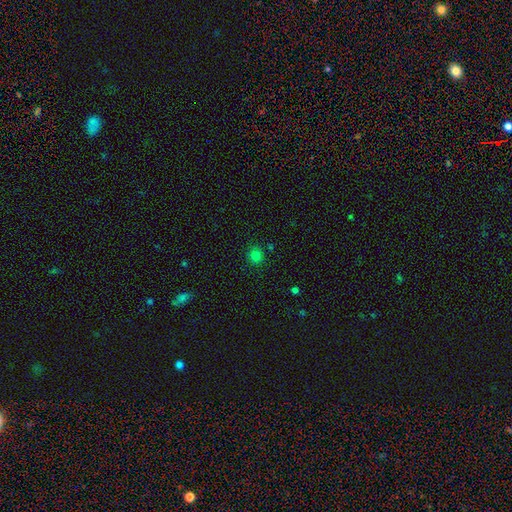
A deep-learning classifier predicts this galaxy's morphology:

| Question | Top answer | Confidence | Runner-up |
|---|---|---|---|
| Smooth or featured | smooth | 79% | star or artifact (16%) |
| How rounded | round | 90% | in between (9%) |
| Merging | none | 87% | minor disturbance (8%) |